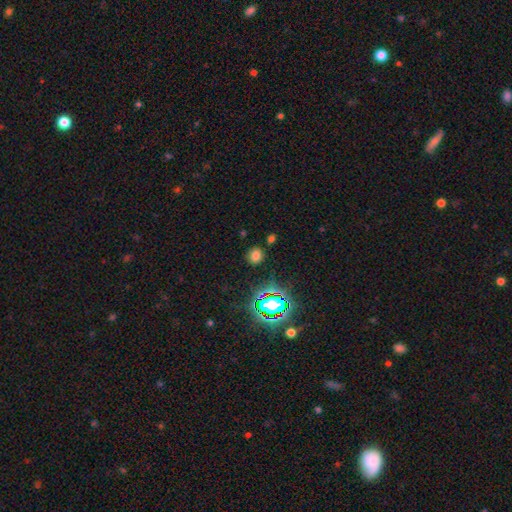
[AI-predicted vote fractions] Q: Smooth or featured?
A: smooth (67%); runner-up: star or artifact (26%)
Q: How rounded?
A: round (85%); runner-up: in between (14%)
Q: Merging?
A: none (85%); runner-up: minor disturbance (8%)